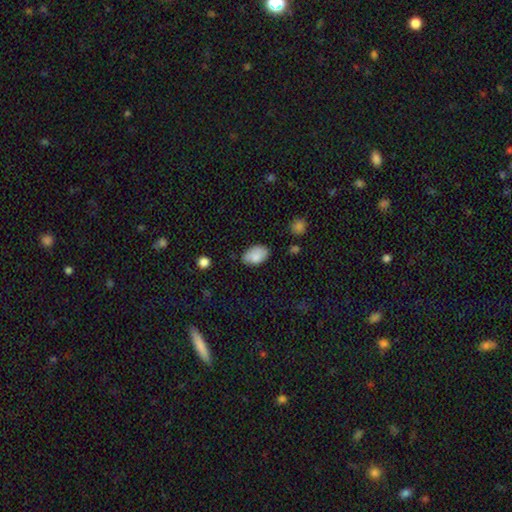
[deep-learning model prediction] Smooth or featured? Predicted: smooth (p=0.83). How rounded? Predicted: in between (p=0.92). Merging? Predicted: none (p=0.69).